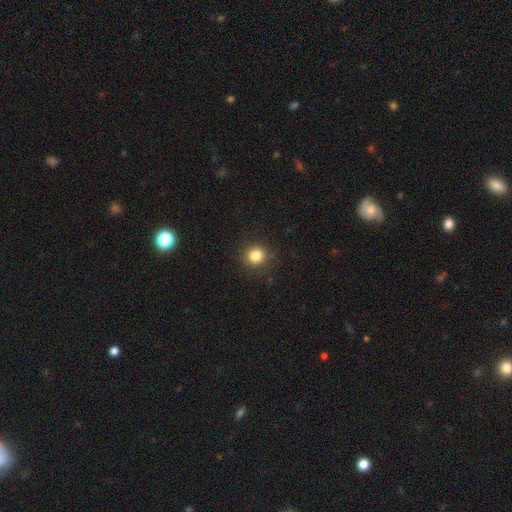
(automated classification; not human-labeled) Overall: smooth (83%). How rounded: round (90%). Merging: none (89%).